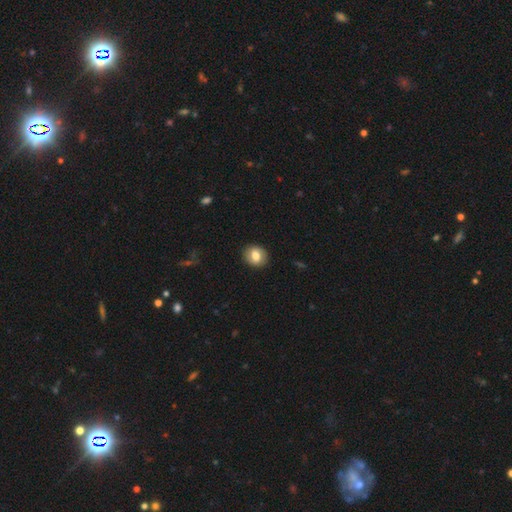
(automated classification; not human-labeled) Morphology: type=smooth (70%); roundness=round (66%); merging=none (88%).